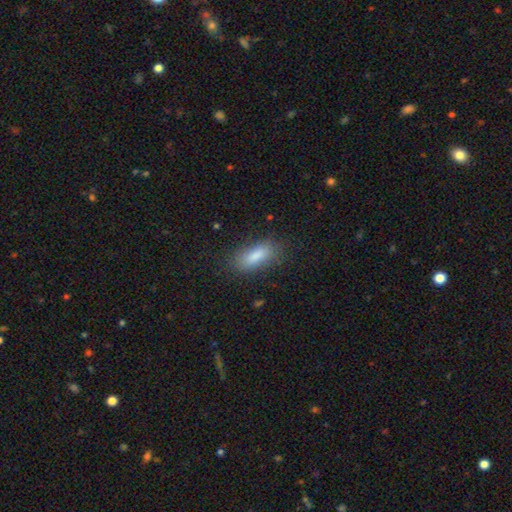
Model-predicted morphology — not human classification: smooth 82%, featured or disk 9%, star or artifact 8%. Down the decision tree: how rounded — in between (70%); merging — none (82%).